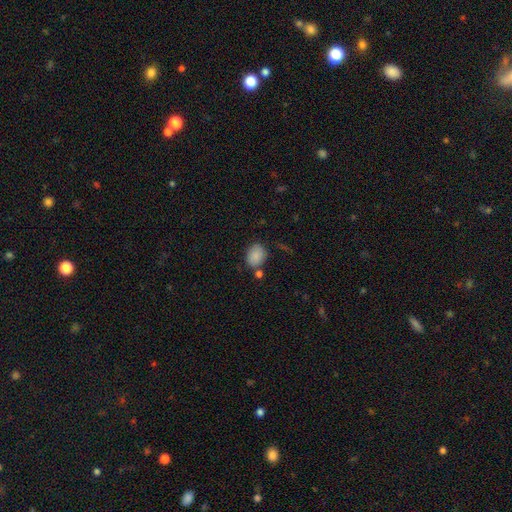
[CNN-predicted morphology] Smooth or featured: smooth — 86% (star or artifact — 9%)
How rounded: in between — 62% (round — 37%)
Merging: none — 70% (minor disturbance — 16%)